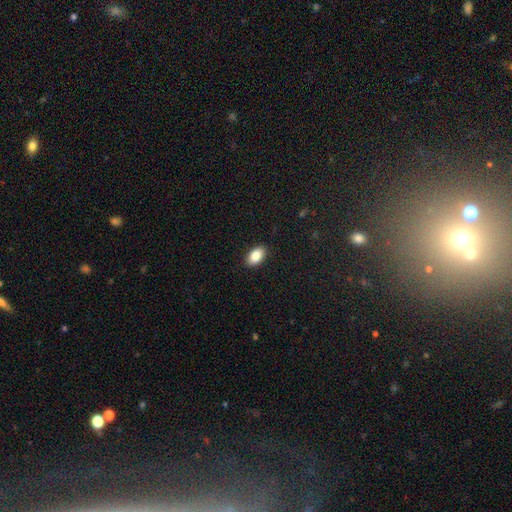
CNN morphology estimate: smooth-or-featured: smooth: 87% | star or artifact: 7% | featured or disk: 5%
  how-rounded: in between: 93% | round: 6% | cigar-shaped: 2%
  merging: none: 89% | minor disturbance: 8% | major disturbance: 2% | merger: 1%